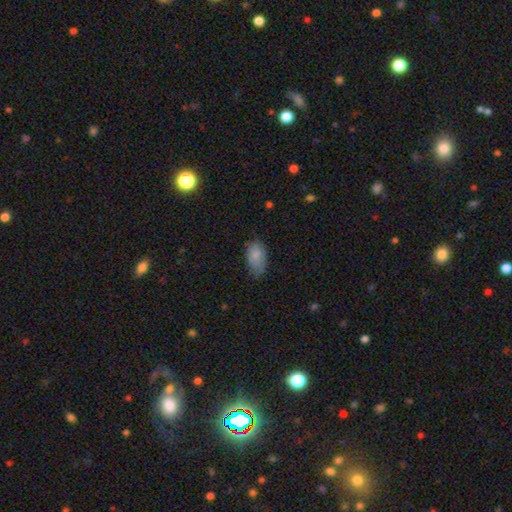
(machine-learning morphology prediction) smooth 81%, featured or disk 11%, star or artifact 7%. Down the decision tree: how rounded — in between (93%); merging — none (60%).